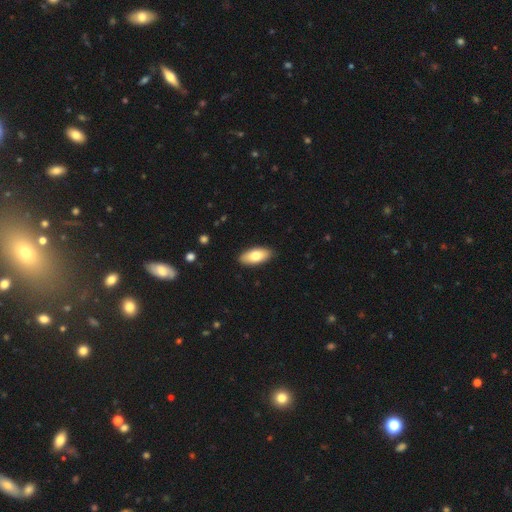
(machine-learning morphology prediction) Smooth or featured? smooth (77%)
How rounded? in between (88%)
Merging? none (89%)